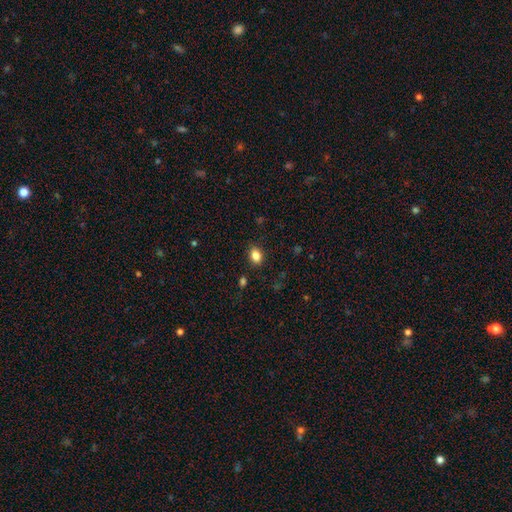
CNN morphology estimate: Overall: smooth (84%). How rounded: in between (69%). Merging: none (86%).